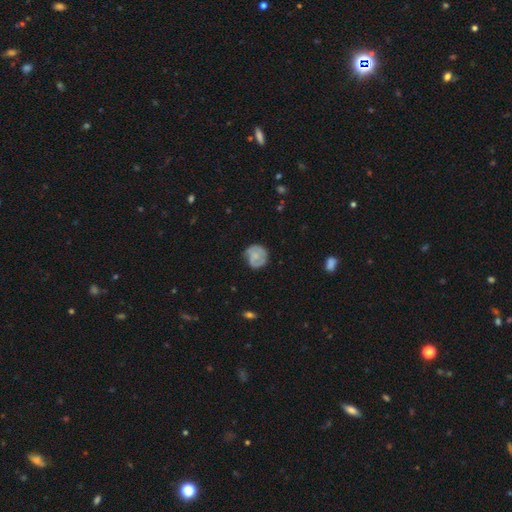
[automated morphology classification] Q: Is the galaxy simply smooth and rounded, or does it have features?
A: smooth — 50%.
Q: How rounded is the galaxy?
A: round — 82%.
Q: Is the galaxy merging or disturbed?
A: none — 66%.